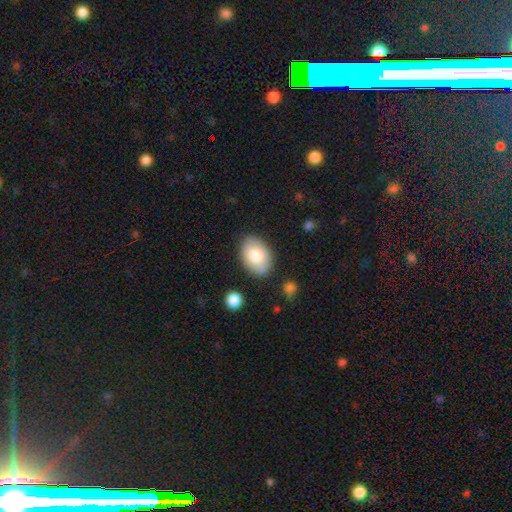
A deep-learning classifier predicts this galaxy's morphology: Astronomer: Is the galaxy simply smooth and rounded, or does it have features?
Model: smooth — 78%.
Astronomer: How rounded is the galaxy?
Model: in between — 87%.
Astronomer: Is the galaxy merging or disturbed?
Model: none — 83%.